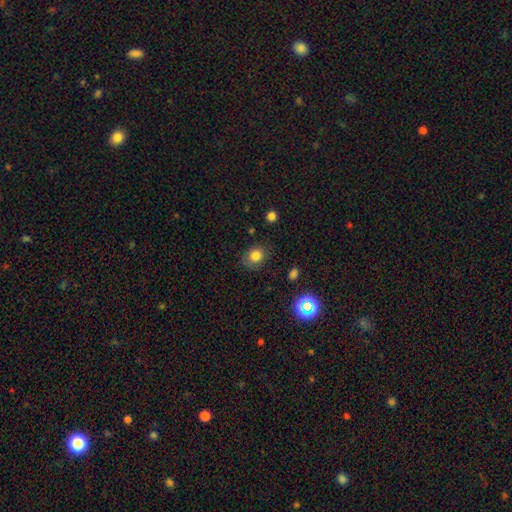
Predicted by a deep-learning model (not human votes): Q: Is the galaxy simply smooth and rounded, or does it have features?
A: smooth — 80%.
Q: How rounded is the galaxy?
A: round — 60%.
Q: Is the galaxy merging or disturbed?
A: none — 80%.